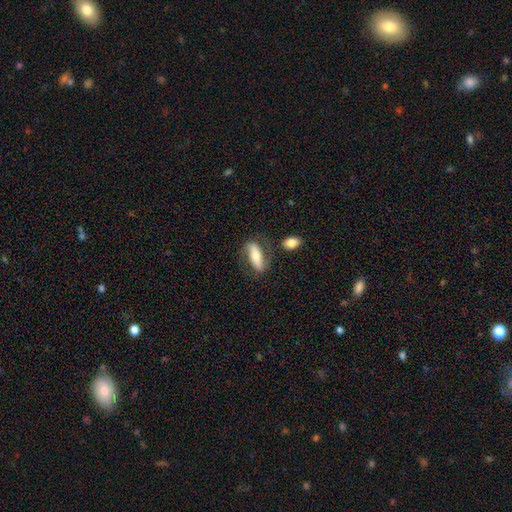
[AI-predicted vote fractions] This appears to be a smooth galaxy with no disk features (50%). Merging: none (69%).